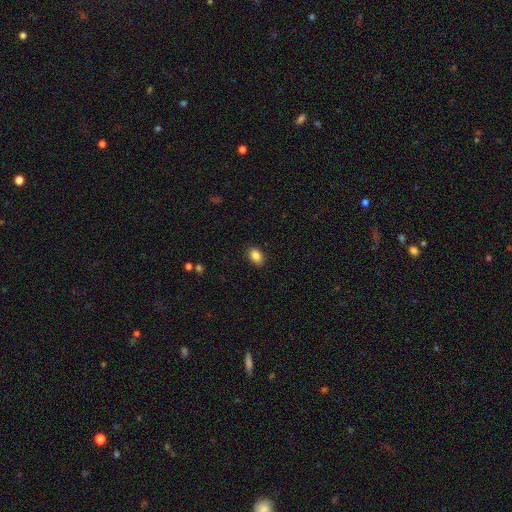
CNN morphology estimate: This is clearly a smooth galaxy (87%). How rounded: clearly in between (83%). Merging: clearly none (88%).